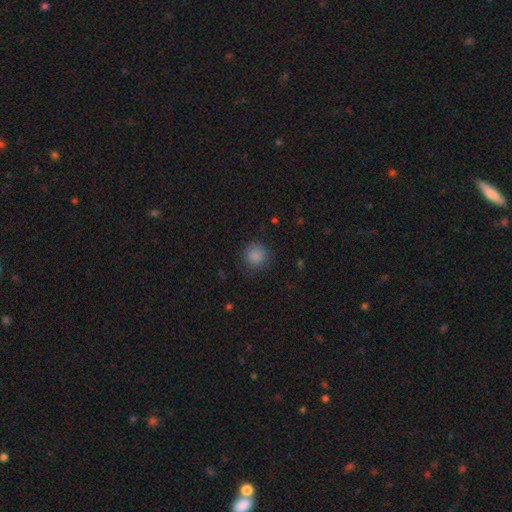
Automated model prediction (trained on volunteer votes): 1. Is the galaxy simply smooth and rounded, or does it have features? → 86% smooth, 10% star or artifact, 4% featured or disk.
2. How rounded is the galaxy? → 91% round, 8% in between, 1% cigar-shaped.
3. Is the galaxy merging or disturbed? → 82% none, 13% minor disturbance, 4% major disturbance, 1% merger.